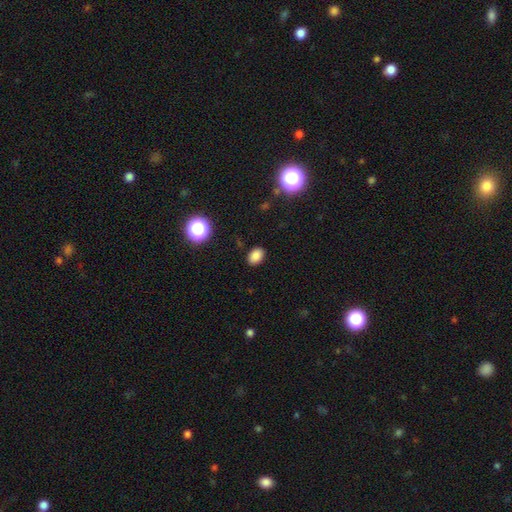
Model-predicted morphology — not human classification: Smooth or featured: smooth — 83% (star or artifact — 13%)
How rounded: in between — 75% (round — 24%)
Merging: none — 88% (minor disturbance — 8%)